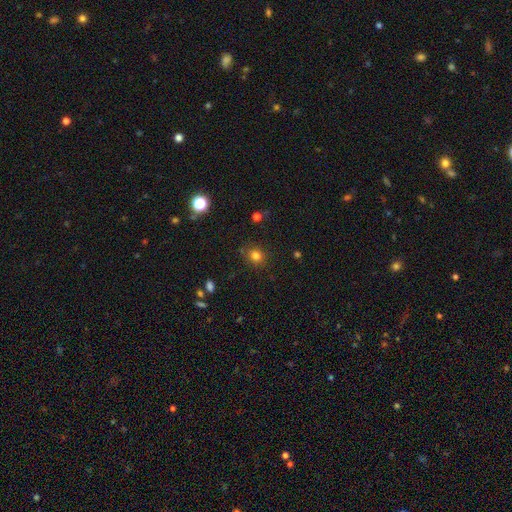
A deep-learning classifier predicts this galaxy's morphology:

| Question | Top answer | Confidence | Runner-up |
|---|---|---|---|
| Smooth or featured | smooth | 80% | star or artifact (15%) |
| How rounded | round | 77% | in between (22%) |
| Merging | none | 83% | minor disturbance (12%) |